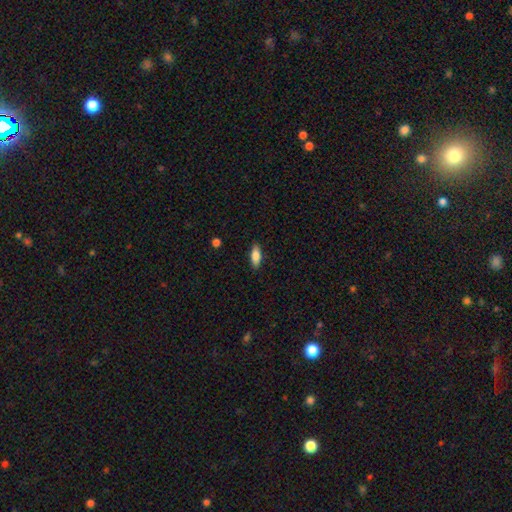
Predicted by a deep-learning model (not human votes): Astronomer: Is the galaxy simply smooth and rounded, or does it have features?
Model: smooth — 82%.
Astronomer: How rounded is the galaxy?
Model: in between — 70%.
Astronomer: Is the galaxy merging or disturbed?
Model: none — 87%.